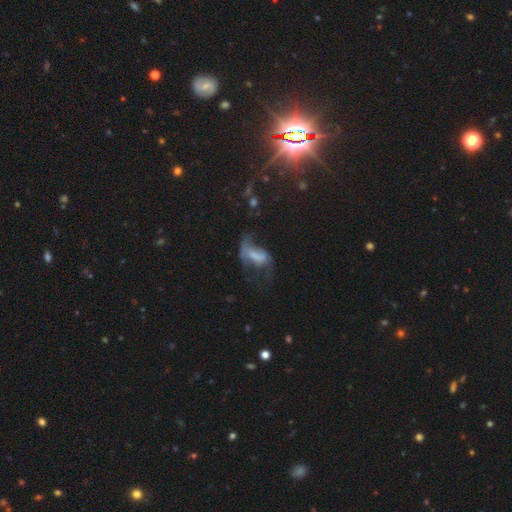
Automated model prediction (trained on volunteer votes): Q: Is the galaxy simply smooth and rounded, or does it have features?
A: featured or disk — 51%.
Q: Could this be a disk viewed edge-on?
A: no — 95%.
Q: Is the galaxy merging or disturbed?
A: major disturbance — 53%.